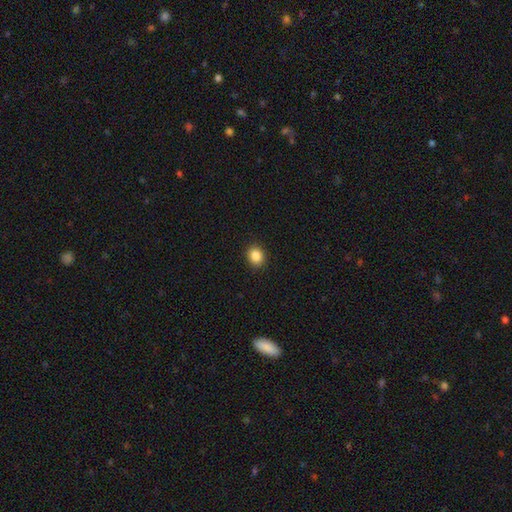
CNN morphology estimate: Overall: smooth (86%). How rounded: round (63%; in between 36%). Merging: none (91%).